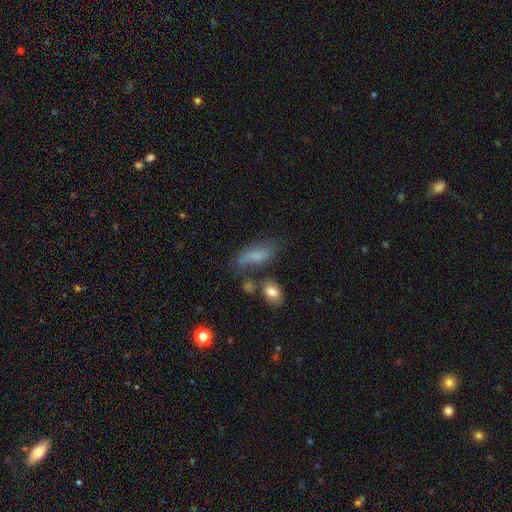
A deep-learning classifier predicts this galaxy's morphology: smooth-or-featured: smooth: 67% | featured or disk: 22% | star or artifact: 11%
  how-rounded: in between: 74% | cigar-shaped: 22% | round: 4%
  merging: none: 49% | minor disturbance: 27% | major disturbance: 14% | merger: 10%